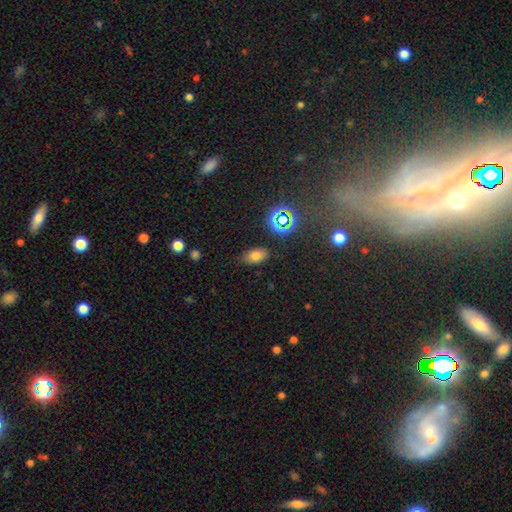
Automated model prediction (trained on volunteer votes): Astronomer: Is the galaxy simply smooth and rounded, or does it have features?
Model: smooth — 72%.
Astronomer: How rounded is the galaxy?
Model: in between — 90%.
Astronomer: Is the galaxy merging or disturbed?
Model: none — 80%.